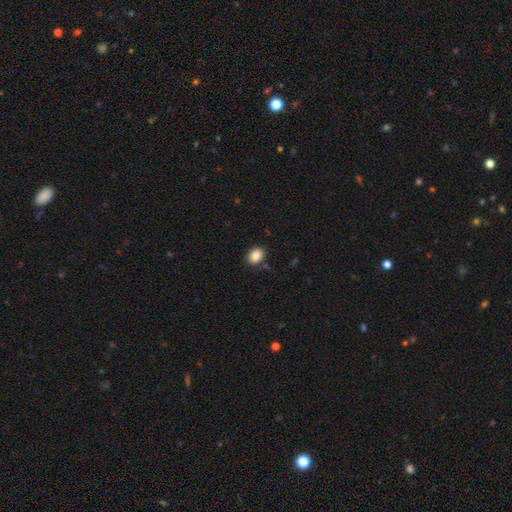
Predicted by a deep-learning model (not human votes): Smooth or featured?
  - smooth: 87% *
  - star or artifact: 9%
  - featured or disk: 4%
How rounded?
  - in between: 61% *
  - round: 38%
  - cigar-shaped: 1%
Merging?
  - none: 82% *
  - minor disturbance: 12%
  - major disturbance: 3%
  - merger: 3%